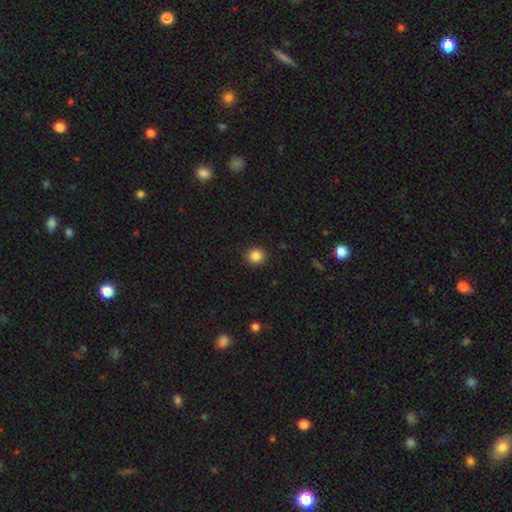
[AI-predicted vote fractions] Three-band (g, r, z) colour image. It shows a smooth galaxy with no disk features (85%) that is round (92%). Merging: none (92%).